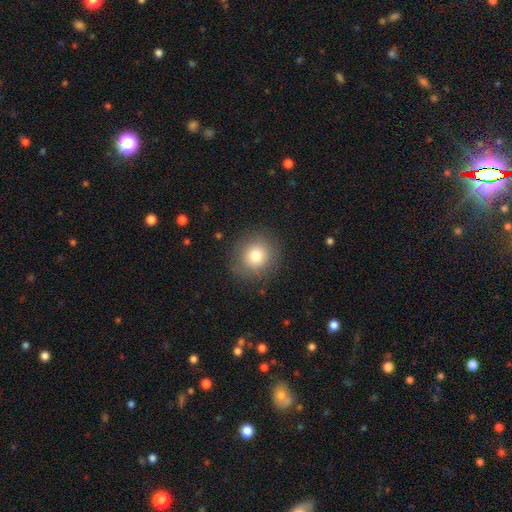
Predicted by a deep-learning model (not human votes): Smooth or featured?
  - smooth: 79% *
  - star or artifact: 11%
  - featured or disk: 10%
How rounded?
  - round: 89% *
  - in between: 10%
  - cigar-shaped: 1%
Merging?
  - none: 87% *
  - minor disturbance: 9%
  - major disturbance: 3%
  - merger: 1%